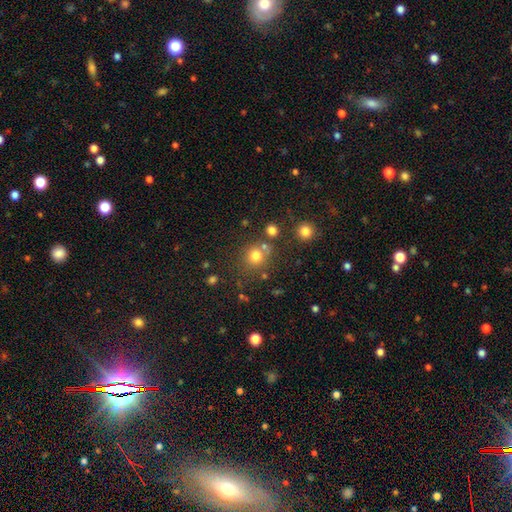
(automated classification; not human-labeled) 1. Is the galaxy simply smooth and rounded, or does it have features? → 75% smooth, 17% star or artifact, 8% featured or disk.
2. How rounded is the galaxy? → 86% round, 13% in between, 1% cigar-shaped.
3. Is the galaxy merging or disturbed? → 68% none, 16% merger, 11% minor disturbance, 5% major disturbance.